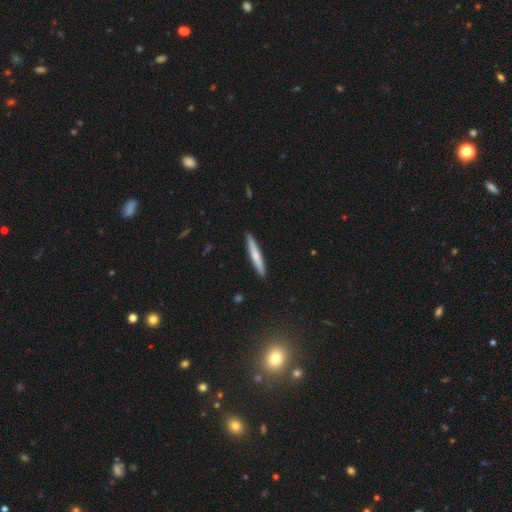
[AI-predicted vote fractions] Overall: smooth (67%; featured or disk 28%). How rounded: cigar-shaped (95%). Merging: none (92%).